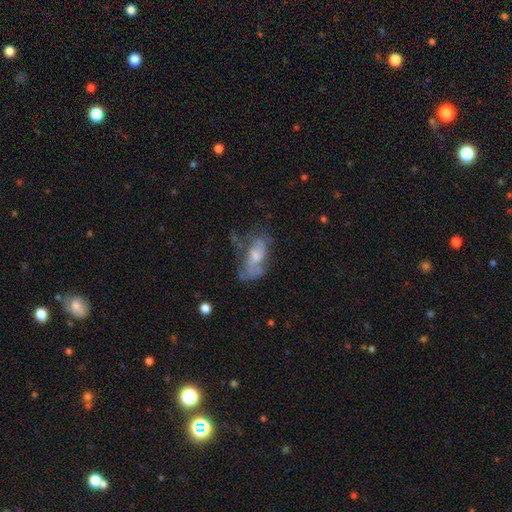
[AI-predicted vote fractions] The model was most divided on "bulge size": moderate: 44%, small: 33%, none: 12%, large: 9%, dominant: 2%. Remaining: edge-on disk — no (91%); bar — no (68%); spiral arms — yes (59%); smooth or featured — featured or disk (59%); merging — none (43%).